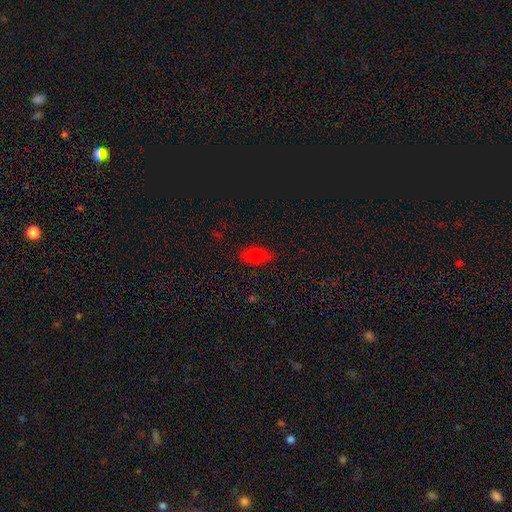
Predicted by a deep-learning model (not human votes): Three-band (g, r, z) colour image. It shows a smooth galaxy with no disk features (75%) that is in between round and cigar-shaped (83%). Merging: none (82%).